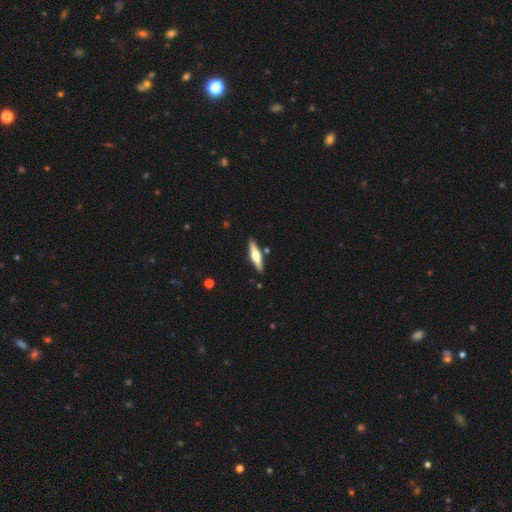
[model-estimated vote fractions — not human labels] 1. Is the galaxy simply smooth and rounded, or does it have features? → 59% featured or disk, 36% smooth, 5% star or artifact.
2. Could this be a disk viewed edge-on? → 96% yes, 4% no.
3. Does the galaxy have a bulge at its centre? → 93% rounded, 5% boxy, 3% none.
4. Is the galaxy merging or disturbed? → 87% none, 8% minor disturbance, 3% merger, 2% major disturbance.